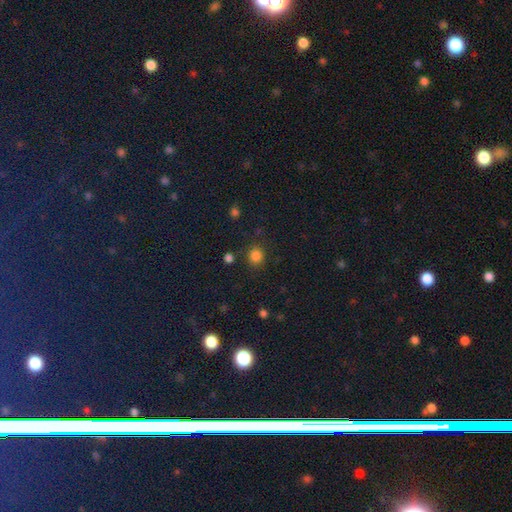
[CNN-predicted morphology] This is clearly a smooth galaxy (83%). How rounded: clearly round (84%). Merging: clearly none (84%).